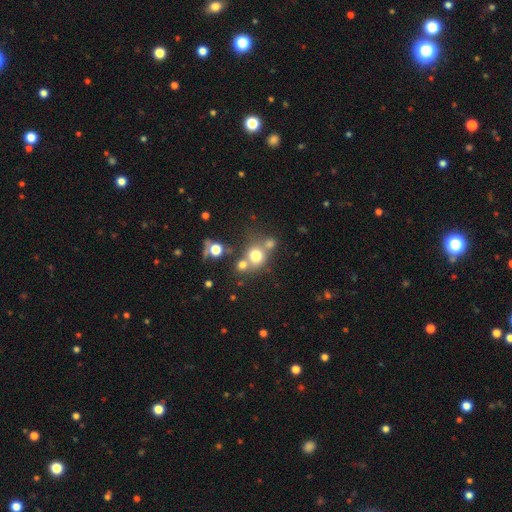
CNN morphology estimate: Smooth or featured? smooth (71%)
How rounded? round (79%)
Merging? none (52%)